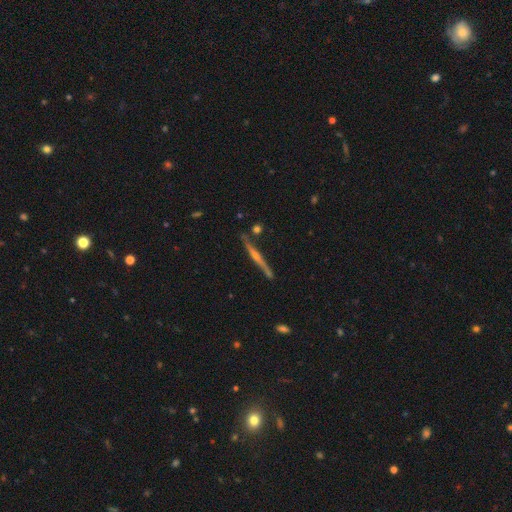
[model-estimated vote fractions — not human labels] A featured or disk galaxy (81%) viewed edge-on (98%) with a rounded central bulge (77%). Merging: none (85%).